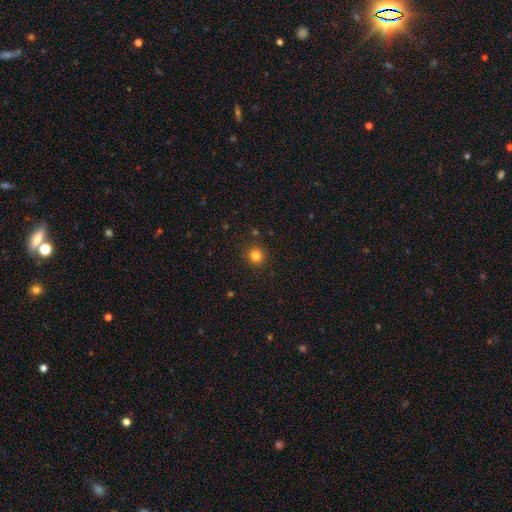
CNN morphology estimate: A smooth galaxy with no disk features (82%) that is round (91%).

Vote fractions:
- Smooth or featured? smooth: 82% / star or artifact: 13% / featured or disk: 5%
- How rounded? round: 91% / in between: 8% / cigar-shaped: 1%
- Merging? none: 90% / minor disturbance: 6% / major disturbance: 2% / merger: 2%